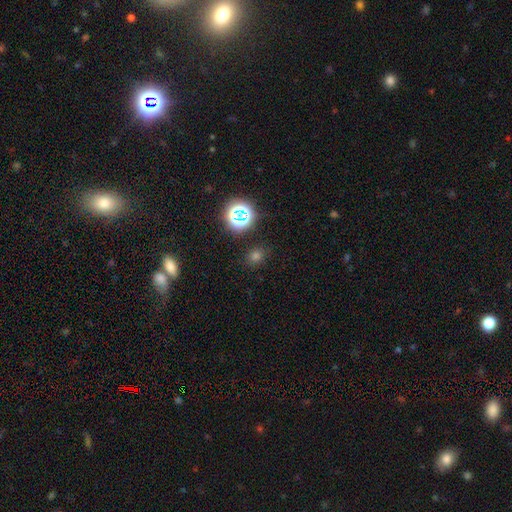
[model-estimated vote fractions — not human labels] Smooth or featured?
  - smooth: 65% *
  - star or artifact: 29%
  - featured or disk: 6%
How rounded?
  - round: 66% *
  - in between: 33%
  - cigar-shaped: 1%
Merging?
  - none: 85% *
  - minor disturbance: 9%
  - major disturbance: 3%
  - merger: 2%